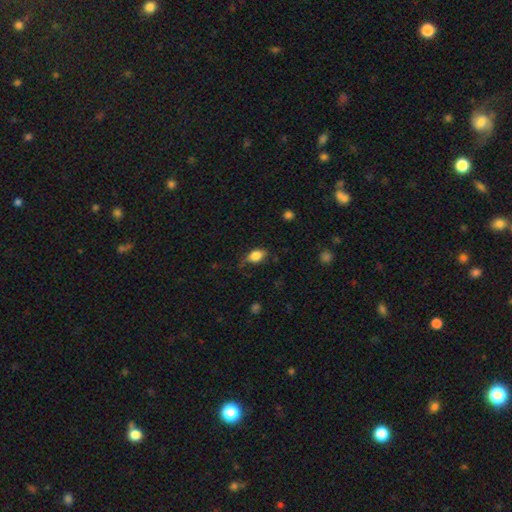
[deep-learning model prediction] Overall: smooth (81%). How rounded: in between (83%). Merging: none (64%; minor disturbance 27%).